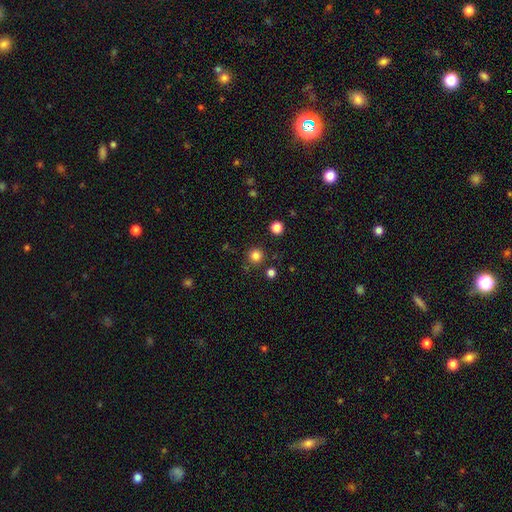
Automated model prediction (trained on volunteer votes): This appears to be a smooth galaxy with no disk features (81%) that is round (95%). Merging: none (87%).